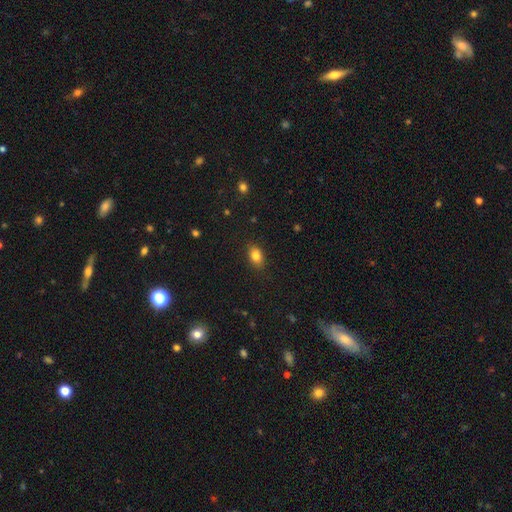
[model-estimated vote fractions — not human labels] A smooth galaxy with no disk features (83%) that is in between round and cigar-shaped (81%). Merging: none (87%).